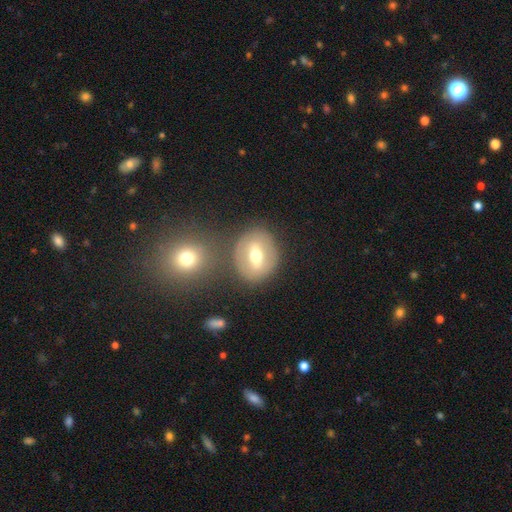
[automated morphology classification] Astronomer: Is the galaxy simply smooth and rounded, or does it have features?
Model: featured or disk — 49% (runner-up: smooth, 44%).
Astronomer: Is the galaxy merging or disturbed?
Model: none — 69%.